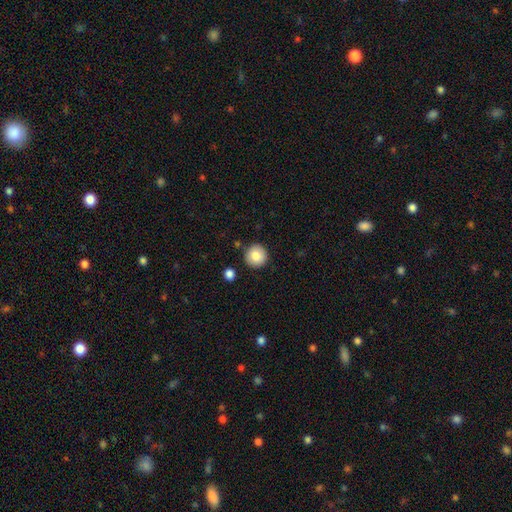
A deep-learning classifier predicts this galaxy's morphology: A smooth galaxy with no disk features (84%) that is round (95%). Merging: none (89%).